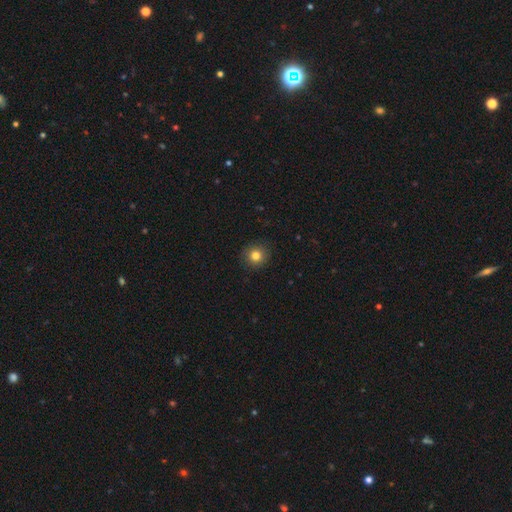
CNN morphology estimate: type=smooth (81%); roundness=round (91%); merging=none (90%).